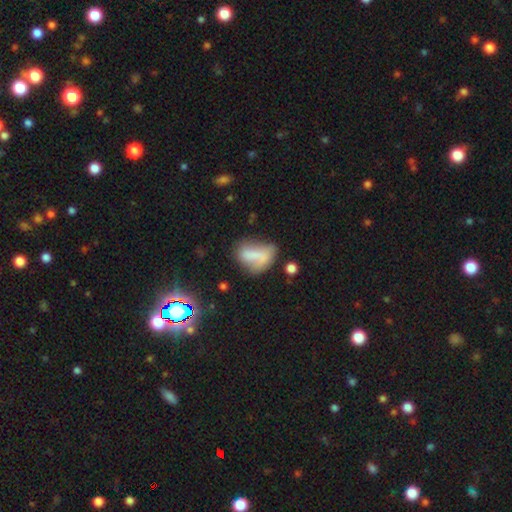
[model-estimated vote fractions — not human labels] This appears to be a smooth galaxy with no disk features (62%) that is in between round and cigar-shaped (78%). Merging: none (34%).